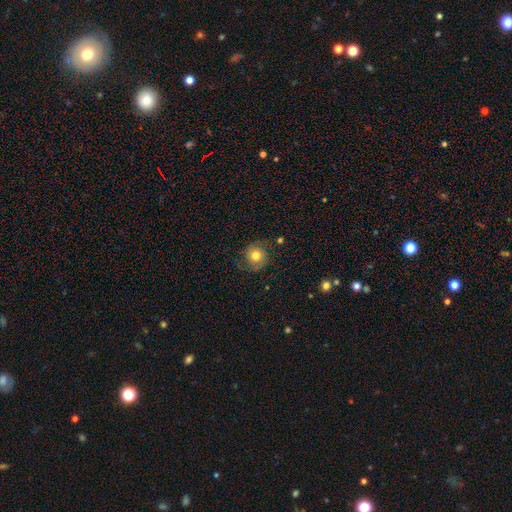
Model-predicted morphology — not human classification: type=smooth (58%); roundness=round (87%); merging=none (72%).